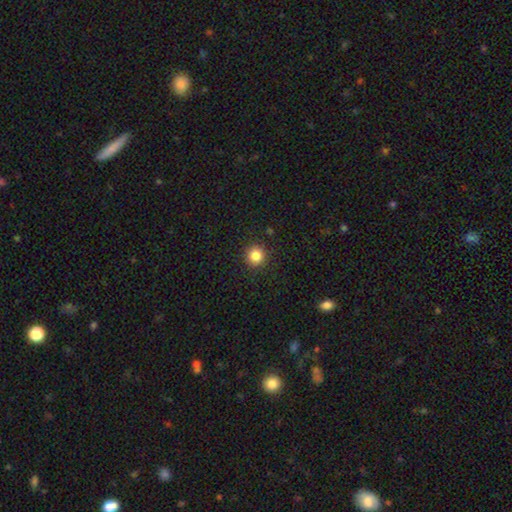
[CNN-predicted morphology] Smooth or featured: smooth — 85% (star or artifact — 11%)
How rounded: round — 94% (in between — 5%)
Merging: none — 91% (minor disturbance — 6%)